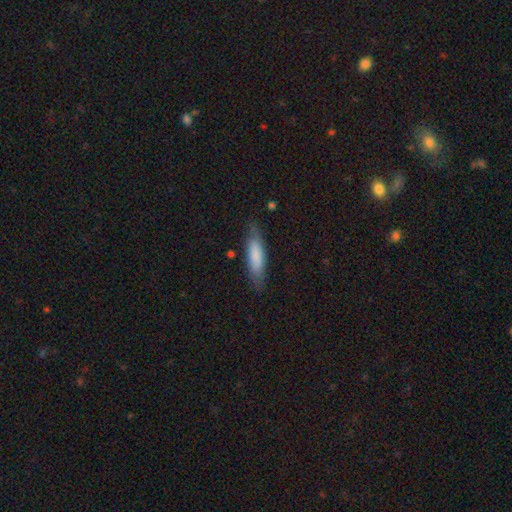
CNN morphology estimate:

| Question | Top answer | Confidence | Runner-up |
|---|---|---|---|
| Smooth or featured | smooth | 78% | featured or disk (16%) |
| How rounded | cigar-shaped | 63% | in between (36%) |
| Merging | none | 79% | minor disturbance (16%) |